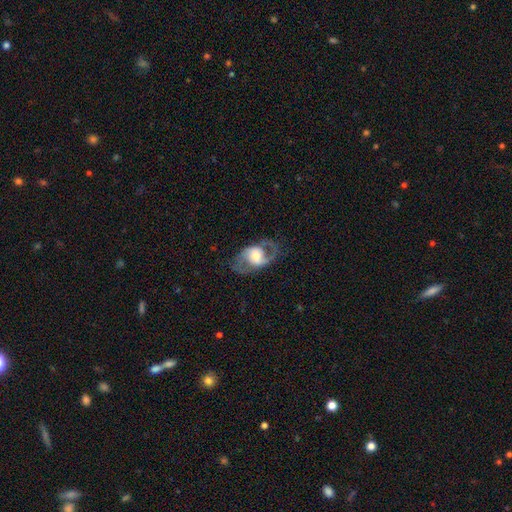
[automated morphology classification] Smooth or featured? Predicted: featured or disk (p=0.72). Edge-on disk? Predicted: no (p=0.94). Bar? Predicted: no (p=0.54). Spiral arms? Predicted: yes (p=0.74). Spiral winding? Predicted: medium (p=0.50). Spiral arm count? Predicted: 2 (p=0.85). Bulge size? Predicted: moderate (p=0.53). Merging? Predicted: none (p=0.70).